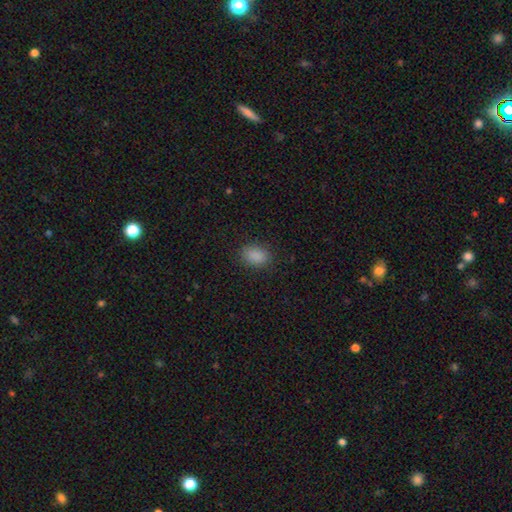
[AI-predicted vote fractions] smooth_or_featured: smooth (p=0.88) [alt: star or artifact p=0.10]
how_rounded: in between (p=0.79) [alt: round p=0.20]
merging: none (p=0.87) [alt: minor disturbance p=0.10]